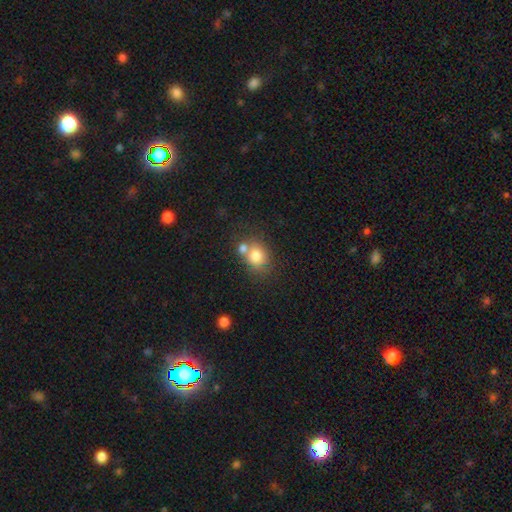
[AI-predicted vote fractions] Smooth or featured? Predicted: smooth (p=0.78). How rounded? Predicted: round (p=0.64). Merging? Predicted: none (p=0.46).